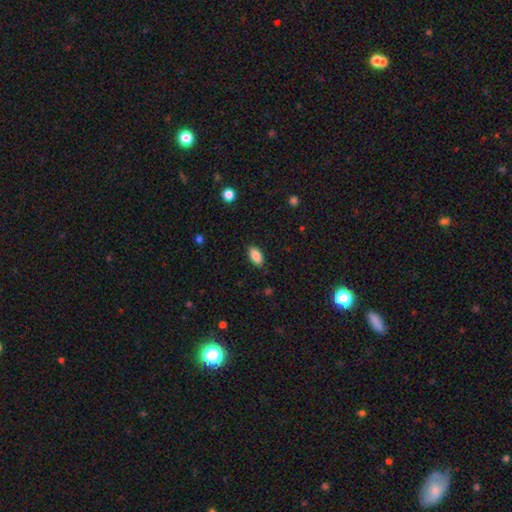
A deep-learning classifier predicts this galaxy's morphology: smooth 87%, star or artifact 8%, featured or disk 5%. Down the decision tree: how rounded — in between (93%); merging — none (87%).